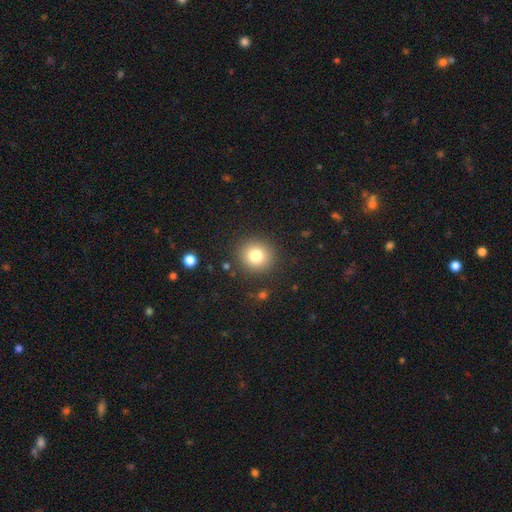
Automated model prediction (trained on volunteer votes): Morphology: type=smooth (78%); roundness=round (91%); merging=none (89%).